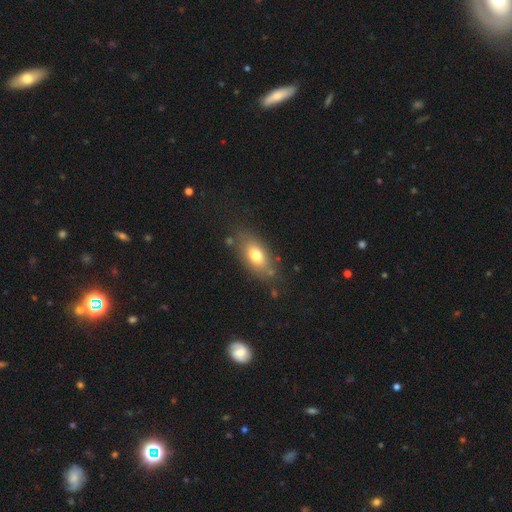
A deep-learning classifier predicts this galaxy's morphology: The model was most divided on "smooth or featured": smooth: 72%, featured or disk: 19%, star or artifact: 9%. More confident: how rounded — in between (84%); merging — none (76%).